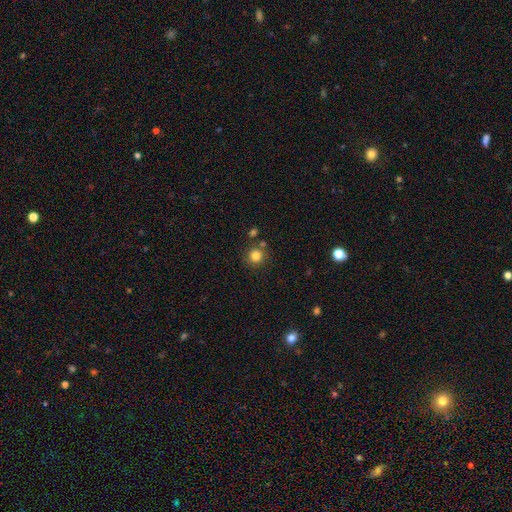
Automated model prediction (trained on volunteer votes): smooth 82%, star or artifact 12%, featured or disk 6%. Down the decision tree: how rounded — round (93%); merging — none (79%).